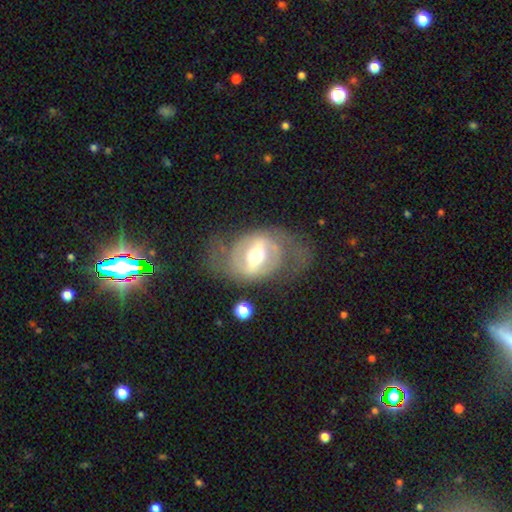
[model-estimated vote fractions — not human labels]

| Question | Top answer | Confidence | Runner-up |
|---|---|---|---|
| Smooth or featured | featured or disk | 73% | smooth (20%) |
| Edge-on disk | no | 92% | yes (8%) |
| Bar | strong | 55% | weak (30%) |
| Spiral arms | yes | 51% | no (49%) |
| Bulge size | moderate | 66% | large (20%) |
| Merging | none | 58% | minor disturbance (20%) |